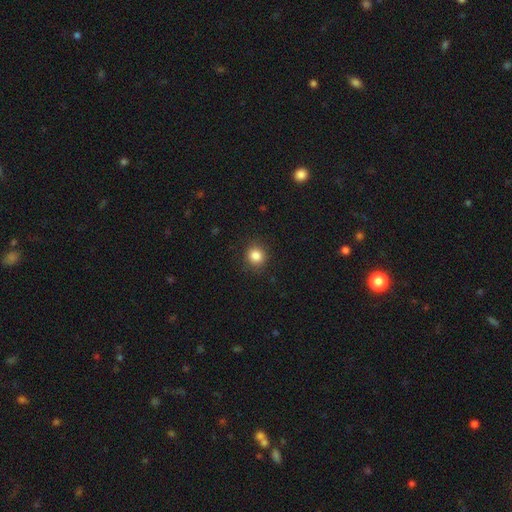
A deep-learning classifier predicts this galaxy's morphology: A smooth galaxy with no disk features (85%) that is round (88%). Merging: none (89%).